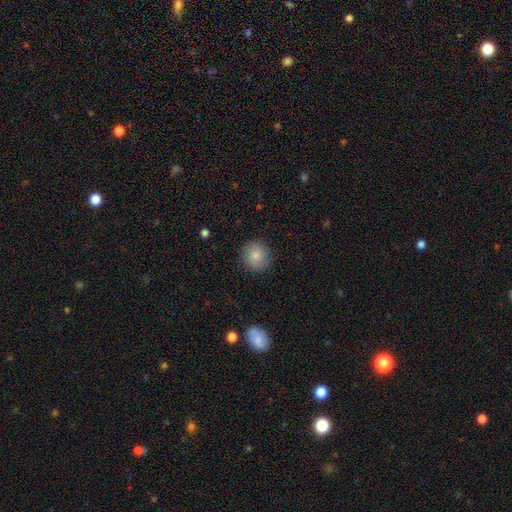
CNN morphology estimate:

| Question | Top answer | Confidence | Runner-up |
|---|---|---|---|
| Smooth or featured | smooth | 83% | featured or disk (9%) |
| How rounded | round | 90% | in between (9%) |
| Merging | none | 88% | minor disturbance (8%) |